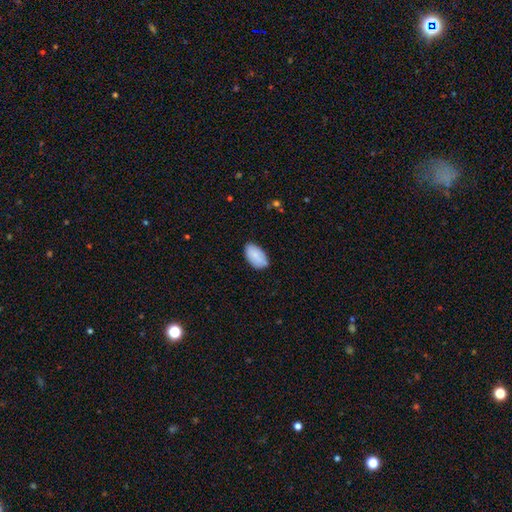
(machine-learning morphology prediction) smooth-or-featured: smooth: 84% | featured or disk: 9% | star or artifact: 6%
  how-rounded: in between: 95% | round: 3% | cigar-shaped: 2%
  merging: none: 79% | minor disturbance: 16% | major disturbance: 3% | merger: 1%